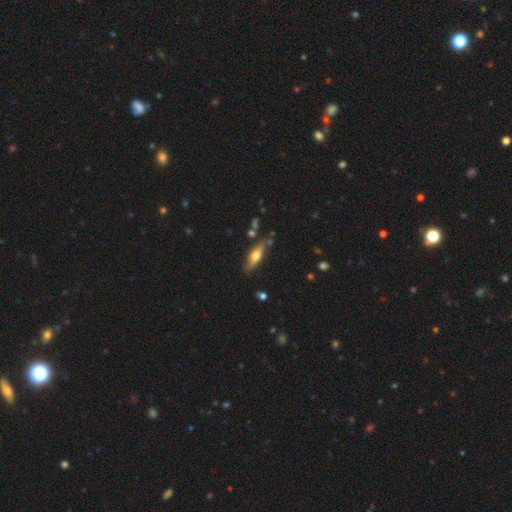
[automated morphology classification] Smooth or featured?
  - smooth: 53% *
  - featured or disk: 41%
  - star or artifact: 6%
How rounded?
  - in between: 51% *
  - cigar-shaped: 46%
  - round: 3%
Merging?
  - none: 71% *
  - minor disturbance: 19%
  - merger: 5%
  - major disturbance: 5%